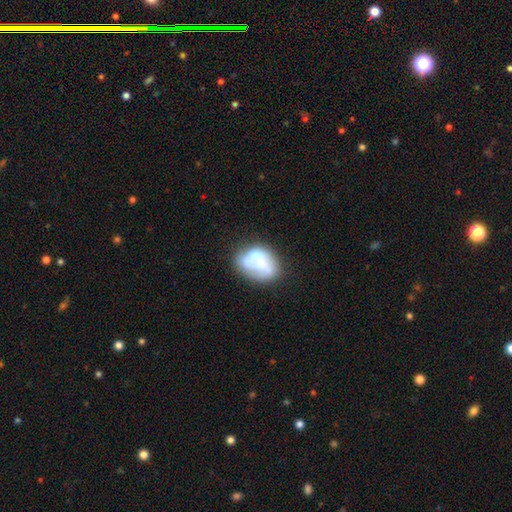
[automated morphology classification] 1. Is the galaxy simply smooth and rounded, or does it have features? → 51% smooth, 40% featured or disk, 9% star or artifact.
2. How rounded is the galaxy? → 76% in between, 22% round, 2% cigar-shaped.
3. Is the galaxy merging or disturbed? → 36% none, 26% merger, 23% minor disturbance, 16% major disturbance.